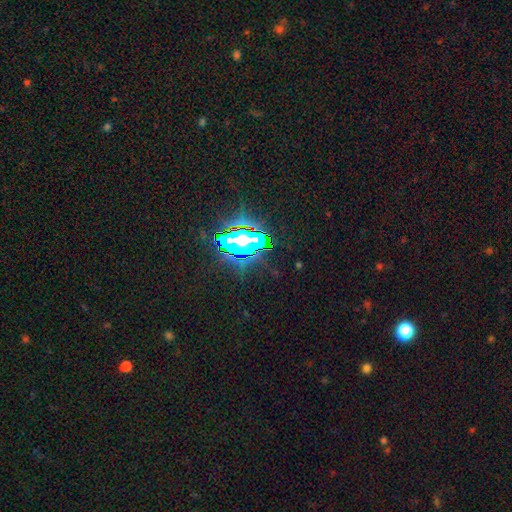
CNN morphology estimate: Overall: star or artifact (79%).